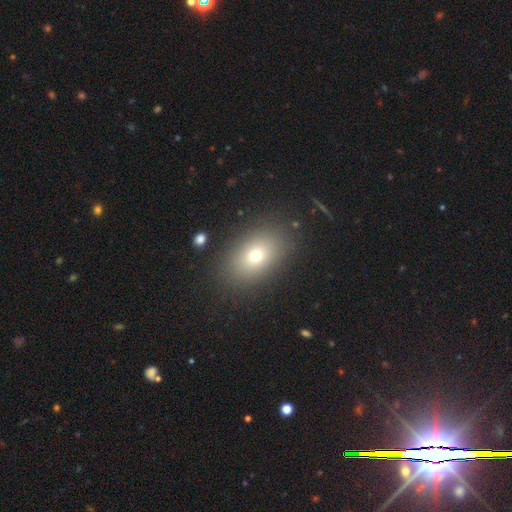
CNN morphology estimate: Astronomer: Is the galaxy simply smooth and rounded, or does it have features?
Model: smooth — 71%.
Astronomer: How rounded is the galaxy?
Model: in between — 77%.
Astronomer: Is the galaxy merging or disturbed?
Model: none — 86%.